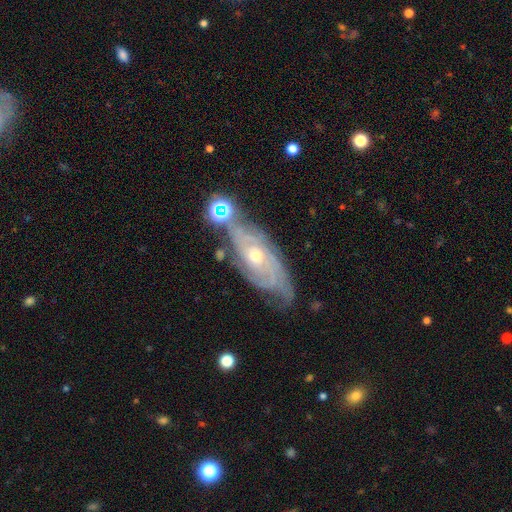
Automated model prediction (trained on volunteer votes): Morphology: type=featured or disk (84%); edge-on=no (89%); bar=no (73%); spiral arms=yes (93%); winding=tight (69%); arm count=can't tell (41%); bulge=moderate (51%); merging=none (59%).